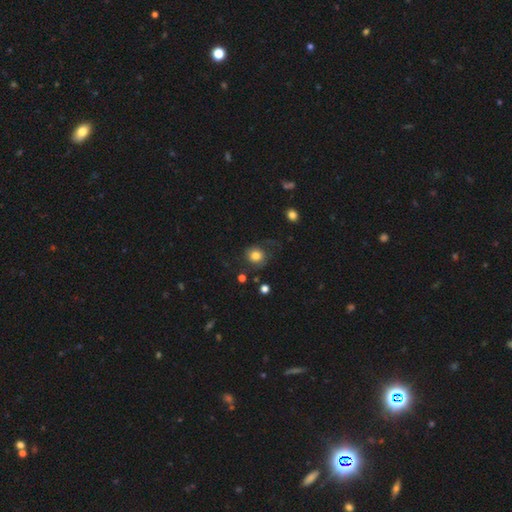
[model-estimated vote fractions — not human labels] Smooth or featured?
  - smooth: 76% *
  - featured or disk: 14%
  - star or artifact: 10%
How rounded?
  - round: 86% *
  - in between: 13%
  - cigar-shaped: 1%
Merging?
  - none: 67% *
  - minor disturbance: 18%
  - major disturbance: 13%
  - merger: 2%